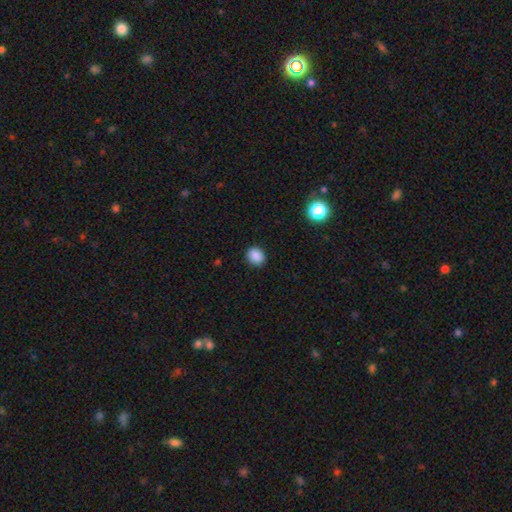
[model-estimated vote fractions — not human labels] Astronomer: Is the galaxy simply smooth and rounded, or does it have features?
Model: smooth — 88%.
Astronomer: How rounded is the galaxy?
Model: round — 67%.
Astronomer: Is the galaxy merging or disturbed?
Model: none — 90%.